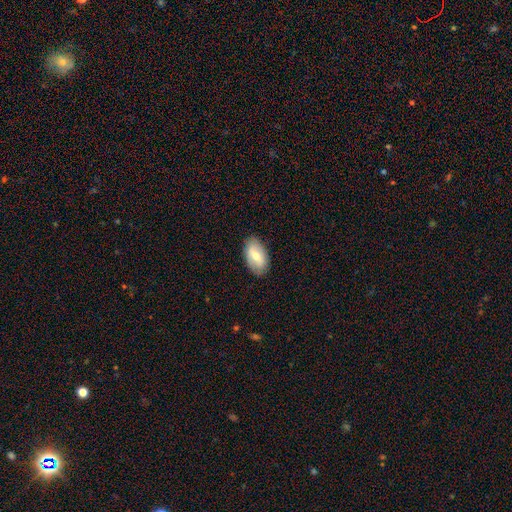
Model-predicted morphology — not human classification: type=smooth (60%); roundness=in between (93%); merging=none (86%).